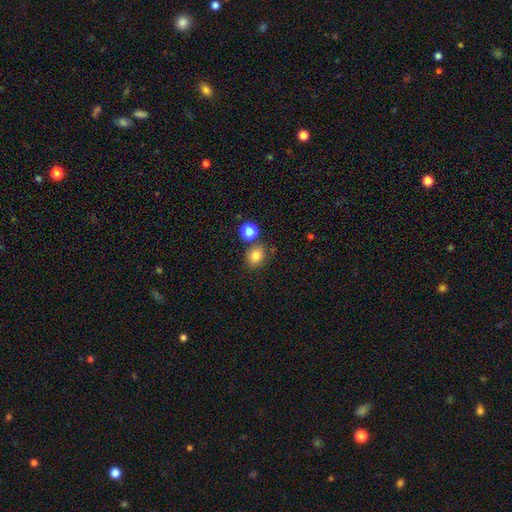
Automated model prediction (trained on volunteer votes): This appears to be a smooth galaxy with no disk features (82%) that is round (64%). Merging: none (74%).